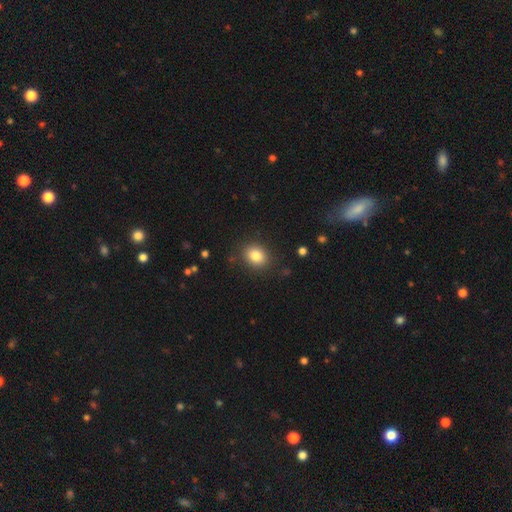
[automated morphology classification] Smooth or featured? smooth (83%)
How rounded? round (59%)
Merging? none (86%)